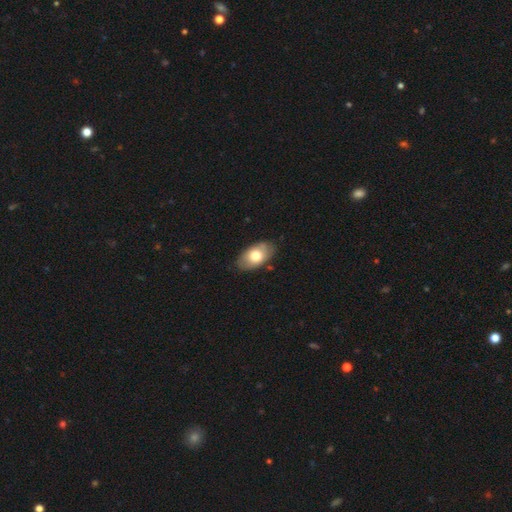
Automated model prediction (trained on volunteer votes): This is likely a smooth galaxy (71%). How rounded: clearly in between (93%). Merging: clearly none (82%).